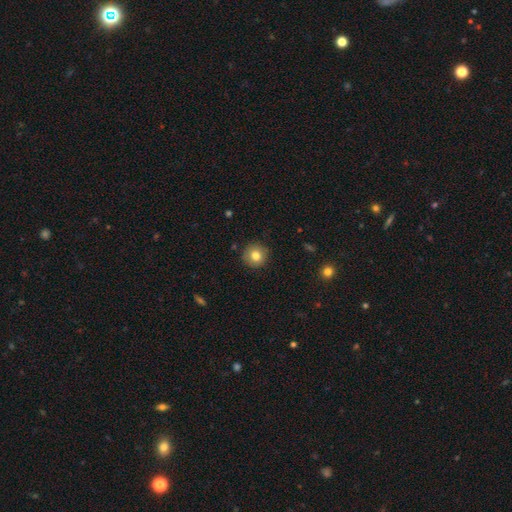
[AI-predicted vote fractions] Overall: smooth (80%). How rounded: round (94%). Merging: none (90%).